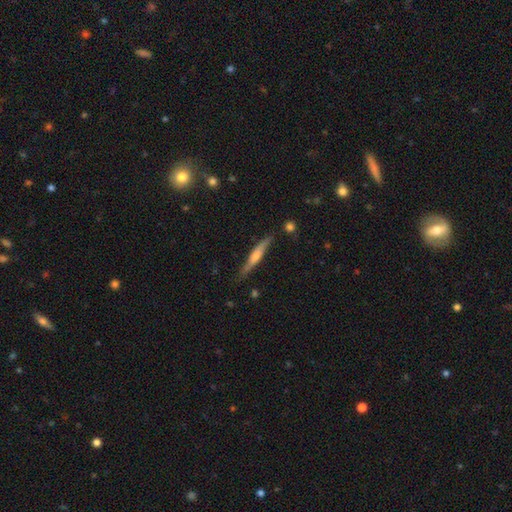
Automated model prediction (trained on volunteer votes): smooth_or_featured: featured or disk (p=0.64) [alt: smooth p=0.30]
disk_edge_on: yes (p=0.95) [alt: no p=0.05]
edge_on_bulge: rounded (p=0.64) [alt: none p=0.19]
merging: none (p=0.82) [alt: minor disturbance p=0.13]